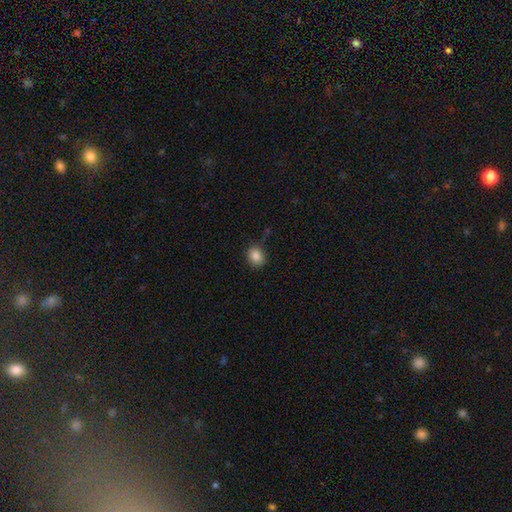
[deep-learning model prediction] smooth 87%, star or artifact 9%, featured or disk 4%. Down the decision tree: how rounded — round (56%); merging — none (82%).